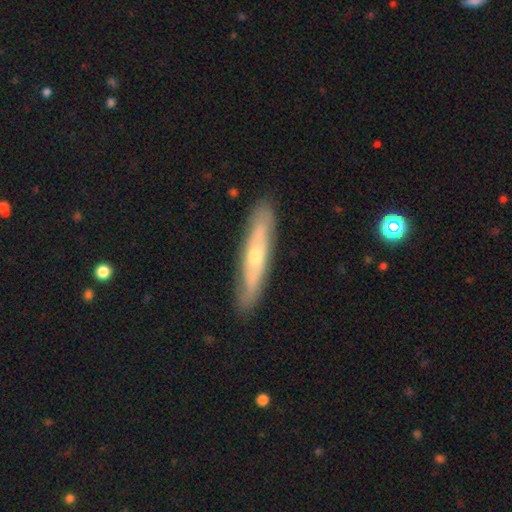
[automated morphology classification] Smooth or featured? featured or disk (60%)
Edge-on disk? yes (63%)
Merging? none (87%)